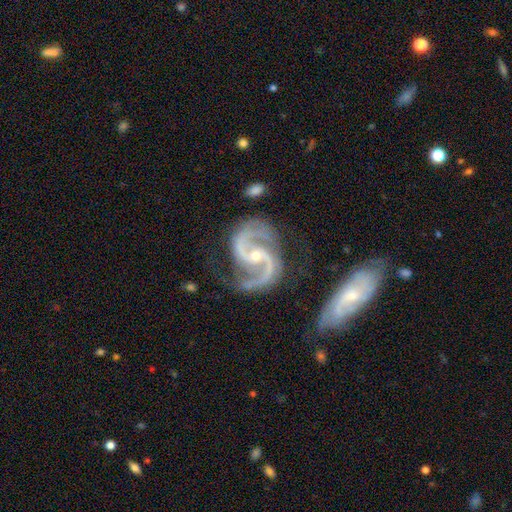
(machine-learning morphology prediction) smooth-or-featured: featured or disk: 94% | star or artifact: 4% | smooth: 2%
  disk-edge-on: no: 98% | yes: 2%
    bar: no: 37% | weak: 35% | strong: 28%
    has-spiral-arms: yes: 99% | no: 1%
      spiral-winding: medium: 64% | loose: 21% | tight: 16%
      spiral-arm-count: 2: 93% | 3: 2% | can't tell: 1% | 1: 1% | 4: 1% | more than 4: 1%
    bulge-size: small: 65% | moderate: 32% | none: 1% | large: 1% | dominant: 1%
  merging: none: 63% | minor disturbance: 20% | merger: 9% | major disturbance: 8%